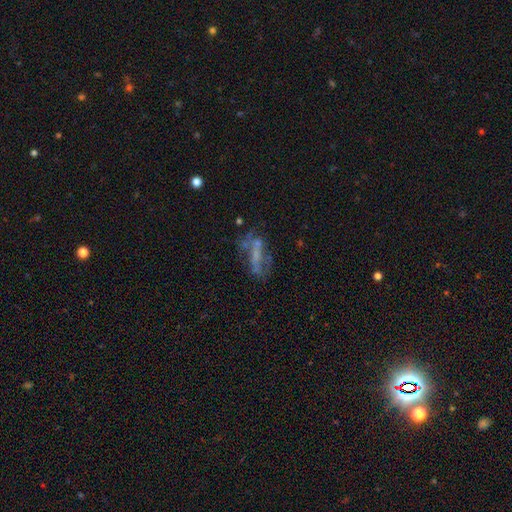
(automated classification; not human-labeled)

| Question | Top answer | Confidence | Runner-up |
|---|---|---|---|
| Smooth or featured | featured or disk | 56% | smooth (28%) |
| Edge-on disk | no | 83% | yes (17%) |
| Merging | none | 43% | major disturbance (26%) |